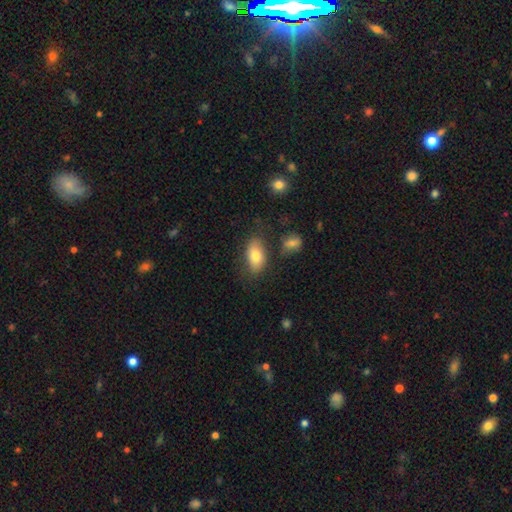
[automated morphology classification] Q: Smooth or featured?
A: smooth (78%); runner-up: featured or disk (15%)
Q: How rounded?
A: in between (90%); runner-up: round (6%)
Q: Merging?
A: none (73%); runner-up: minor disturbance (16%)